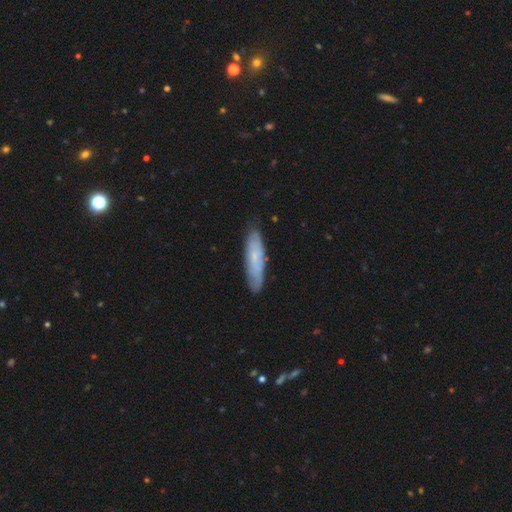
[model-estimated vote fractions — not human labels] A smooth galaxy with no disk features (59%) that is cigar-shaped (72%).

Vote fractions:
- Smooth or featured? smooth: 59% / featured or disk: 34% / star or artifact: 7%
- How rounded? cigar-shaped: 72% / in between: 26% / round: 2%
- Merging? none: 83% / minor disturbance: 13% / major disturbance: 2% / merger: 1%